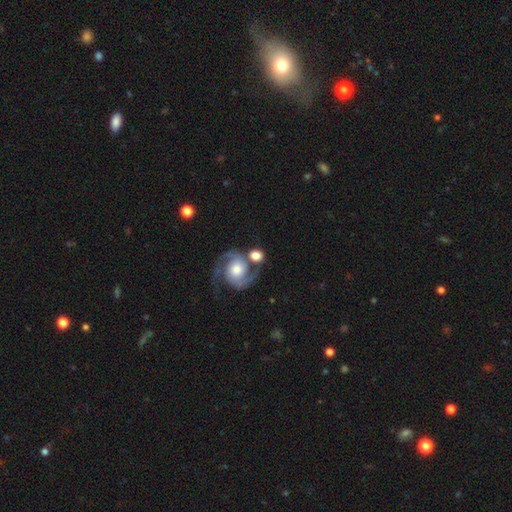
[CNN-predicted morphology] The model was most divided on "spiral winding": medium: 49%, loose: 30%, tight: 21%. Remaining: edge-on disk — no (97%); spiral arms — yes (94%); spiral arm count — 2 (91%); bar — no (67%); smooth or featured — featured or disk (63%); merging — none (52%); bulge size — moderate (48%).